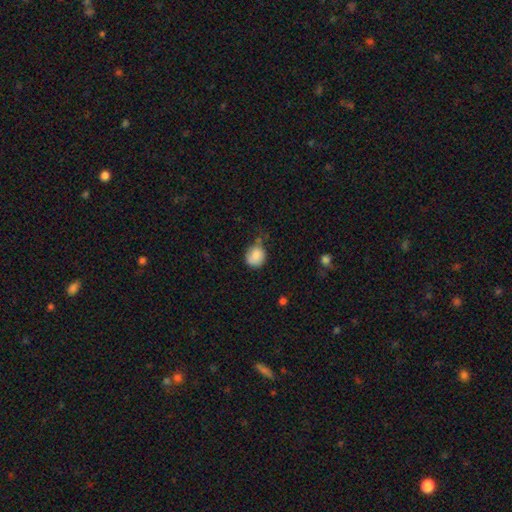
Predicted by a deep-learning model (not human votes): smooth_or_featured: smooth (p=0.83) [alt: featured or disk p=0.09]
how_rounded: round (p=0.77) [alt: in between p=0.22]
merging: none (p=0.55) [alt: minor disturbance p=0.31]